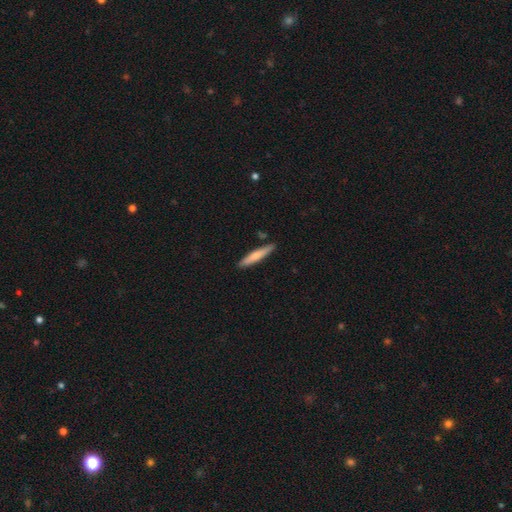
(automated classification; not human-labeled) This is likely a smooth galaxy (70%). How rounded: clearly cigar-shaped (91%). Merging: clearly none (87%).